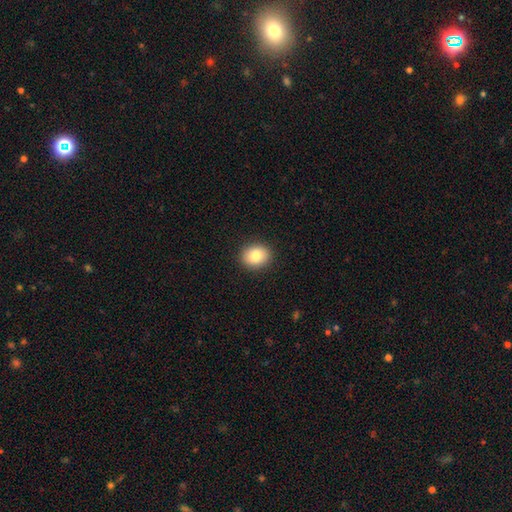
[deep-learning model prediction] Smooth or featured: smooth — 82% (featured or disk — 9%)
How rounded: round — 61% (in between — 38%)
Merging: none — 91% (minor disturbance — 6%)